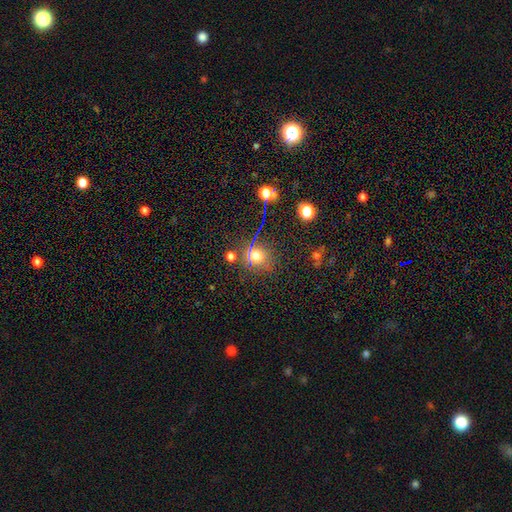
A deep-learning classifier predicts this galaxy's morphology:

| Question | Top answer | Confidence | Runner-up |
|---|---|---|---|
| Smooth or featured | smooth | 61% | star or artifact (29%) |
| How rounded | round | 85% | in between (14%) |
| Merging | none | 78% | minor disturbance (11%) |